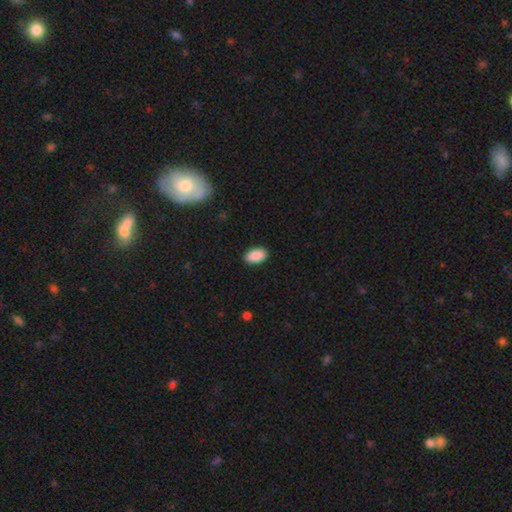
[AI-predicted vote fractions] A smooth galaxy with no disk features (90%) that is in between round and cigar-shaped (94%). Merging: none (90%).